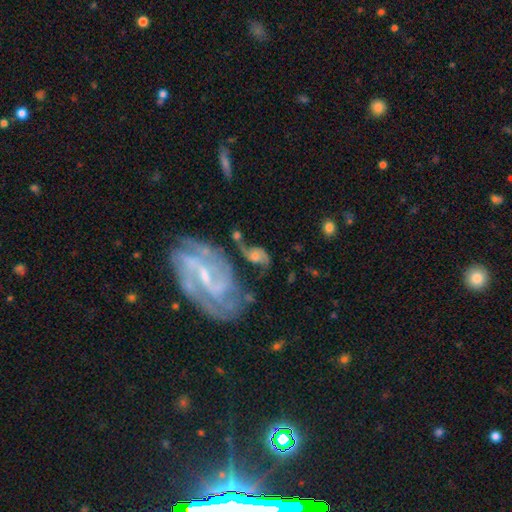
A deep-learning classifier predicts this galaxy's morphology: featured or disk 69%, smooth 23%, star or artifact 9%. Down the decision tree: edge-on disk — no (95%); bar — no (53%); spiral arms — yes (84%); spiral arm count — 2 (79%); spiral winding — loose (53%); bulge size — moderate (42%); merging — none (34%).